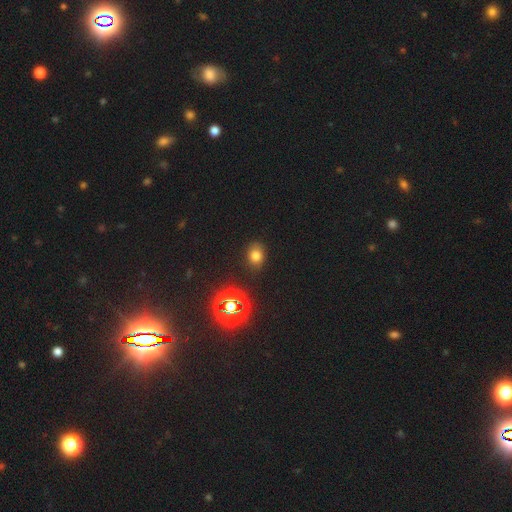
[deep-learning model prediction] smooth 73%, star or artifact 20%, featured or disk 7%. Down the decision tree: how rounded — in between (52%); merging — none (82%).